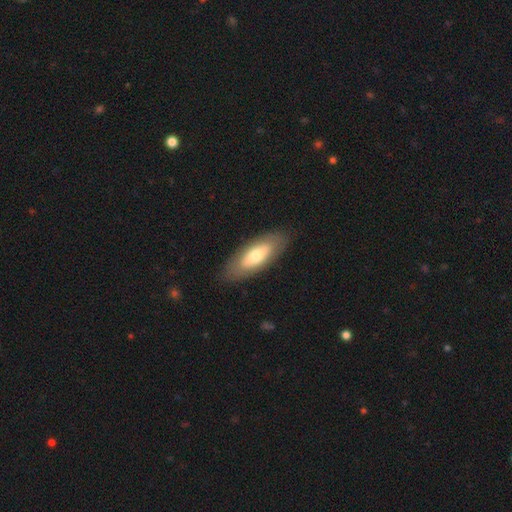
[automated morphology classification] Smooth or featured? Predicted: smooth (p=0.62). How rounded? Predicted: in between (p=0.75). Merging? Predicted: none (p=0.86).